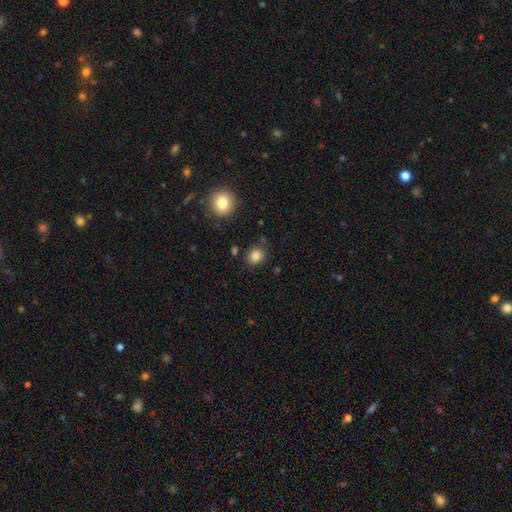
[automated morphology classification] A smooth galaxy with no disk features (84%) that is round (61%).

Vote fractions:
- Smooth or featured? smooth: 84% / star or artifact: 11% / featured or disk: 5%
- How rounded? round: 61% / in between: 38% / cigar-shaped: 1%
- Merging? none: 83% / minor disturbance: 10% / merger: 4% / major disturbance: 3%